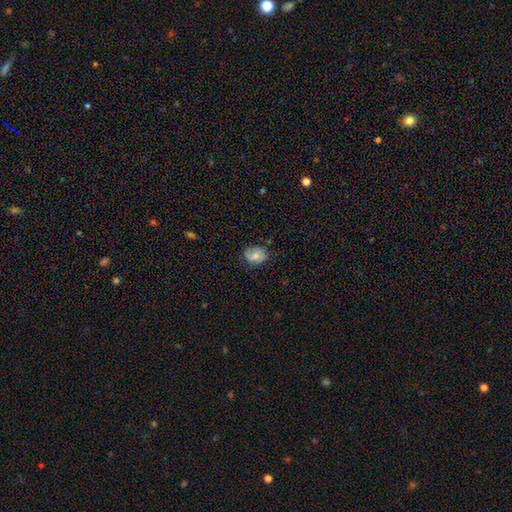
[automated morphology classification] smooth_or_featured: smooth (p=0.67) [alt: featured or disk p=0.23]
how_rounded: in between (p=0.60) [alt: round p=0.39]
merging: none (p=0.70) [alt: minor disturbance p=0.23]